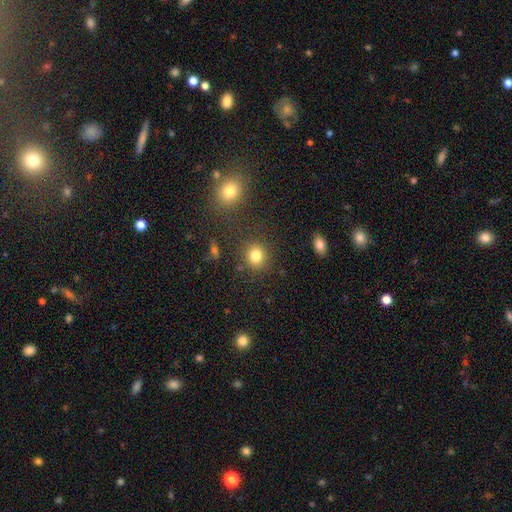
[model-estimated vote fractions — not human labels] This appears to be a smooth galaxy with no disk features (82%) that is round (78%). Merging: none (84%).